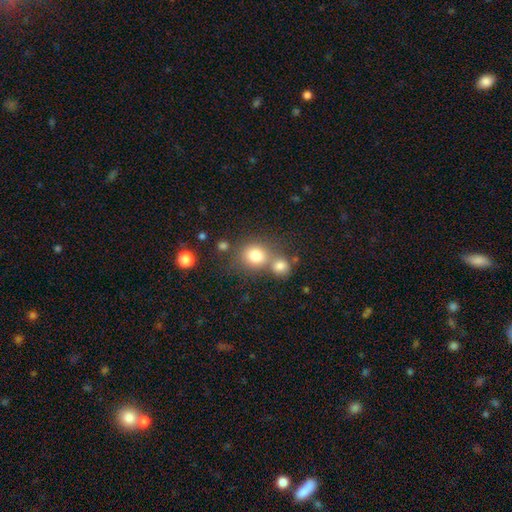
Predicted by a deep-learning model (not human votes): Smooth or featured? Predicted: smooth (p=0.79). How rounded? Predicted: round (p=0.82). Merging? Predicted: none (p=0.51).